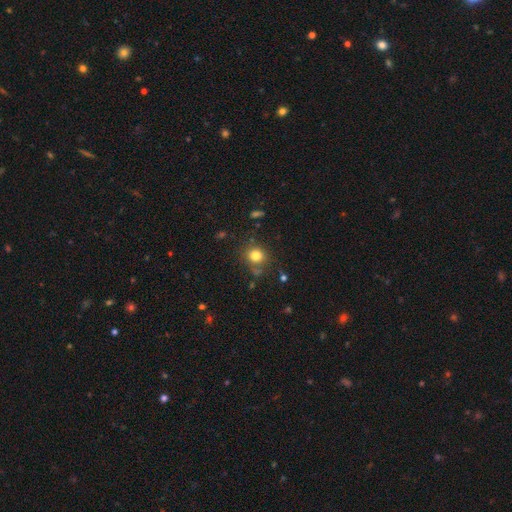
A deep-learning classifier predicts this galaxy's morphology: Smooth or featured: smooth — 80% (star or artifact — 13%)
How rounded: round — 84% (in between — 15%)
Merging: none — 77% (minor disturbance — 13%)